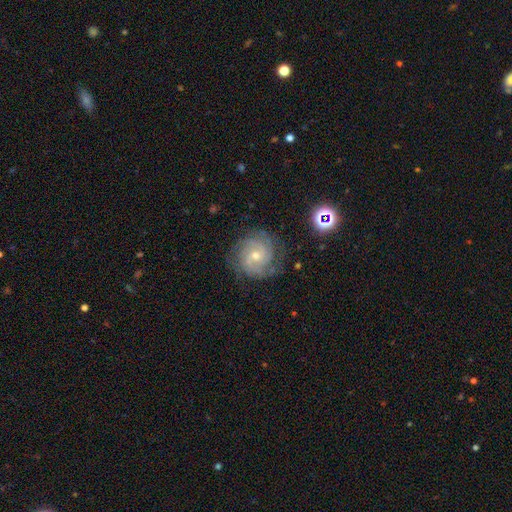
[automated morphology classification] featured or disk 85%, star or artifact 8%, smooth 7%. Down the decision tree: edge-on disk — no (98%); bar — no (62%); spiral arms — yes (97%); spiral arm count — 3 (31%); spiral winding — tight (65%); bulge size — small (59%); merging — none (79%).